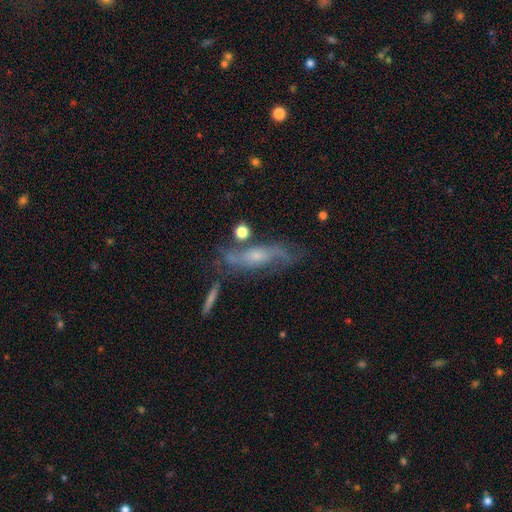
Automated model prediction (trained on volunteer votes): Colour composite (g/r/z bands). It shows a featured or disk galaxy (67%). Merging: none (59%).